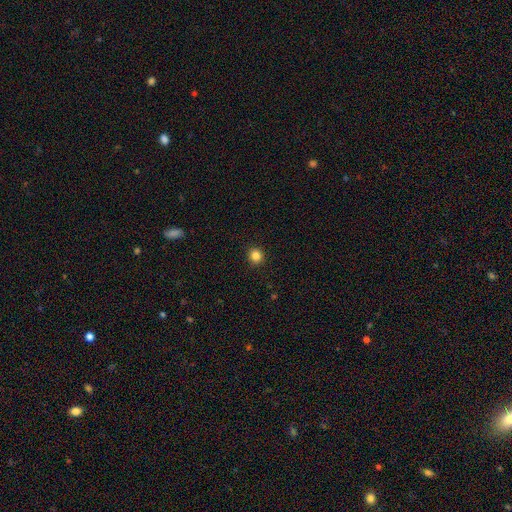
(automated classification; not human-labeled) smooth_or_featured: smooth (p=0.84) [alt: star or artifact p=0.12]
how_rounded: round (p=0.93) [alt: in between p=0.06]
merging: none (p=0.93) [alt: minor disturbance p=0.05]